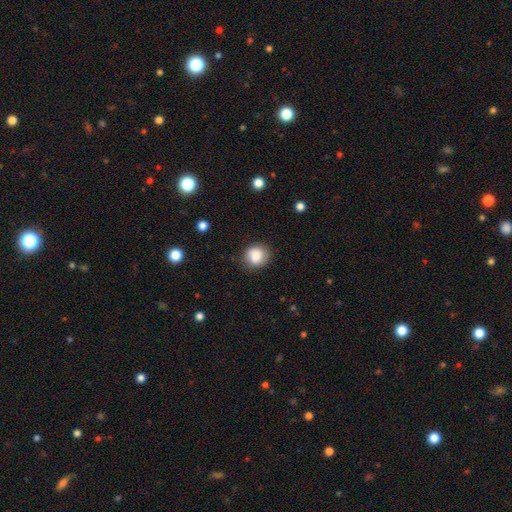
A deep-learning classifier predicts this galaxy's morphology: smooth_or_featured: smooth (p=0.83) [alt: star or artifact p=0.08]
how_rounded: round (p=0.77) [alt: in between p=0.22]
merging: none (p=0.79) [alt: minor disturbance p=0.15]